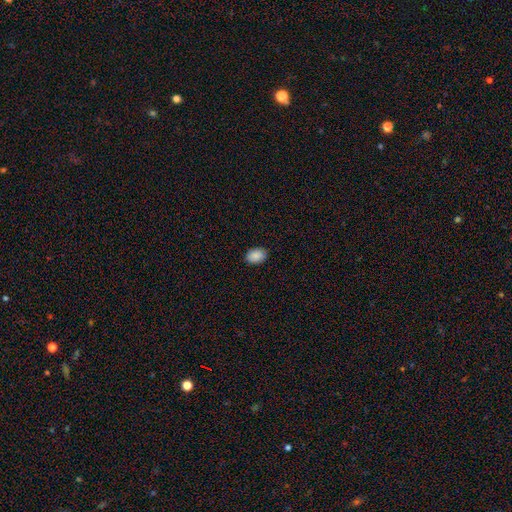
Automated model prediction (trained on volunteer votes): Overall: smooth (89%). How rounded: in between (82%). Merging: none (89%).